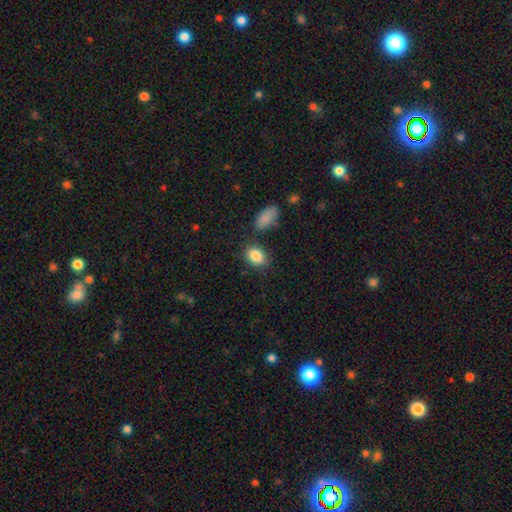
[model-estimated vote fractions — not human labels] A smooth galaxy with no disk features (86%) that is in between round and cigar-shaped (76%). Merging: none (75%).